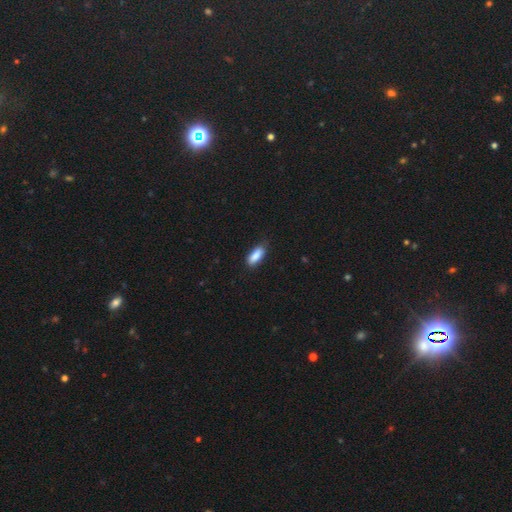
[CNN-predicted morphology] Smooth or featured?
  - smooth: 87% *
  - star or artifact: 7%
  - featured or disk: 6%
How rounded?
  - in between: 77% *
  - cigar-shaped: 20%
  - round: 2%
Merging?
  - none: 76% *
  - minor disturbance: 19%
  - major disturbance: 3%
  - merger: 1%